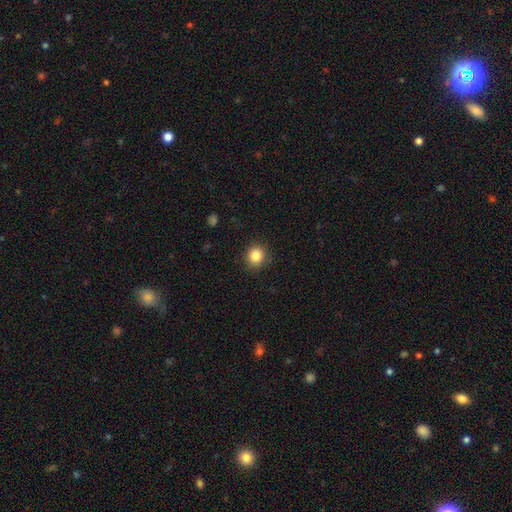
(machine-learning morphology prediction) type=smooth (85%); roundness=round (86%); merging=none (88%).